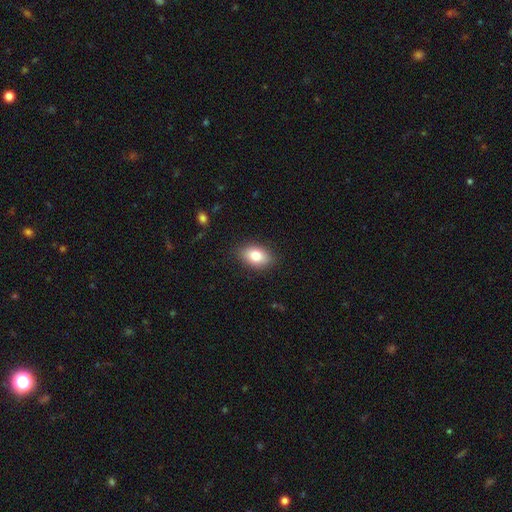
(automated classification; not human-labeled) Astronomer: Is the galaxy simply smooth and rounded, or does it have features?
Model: smooth — 80%.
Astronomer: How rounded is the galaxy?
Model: in between — 84%.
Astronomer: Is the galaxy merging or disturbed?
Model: none — 86%.